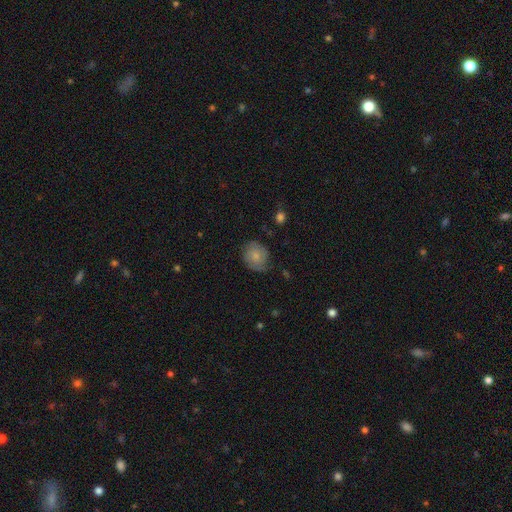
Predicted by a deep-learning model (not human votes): Overall: smooth (66%). How rounded: round (69%; in between 30%). Merging: none (67%).